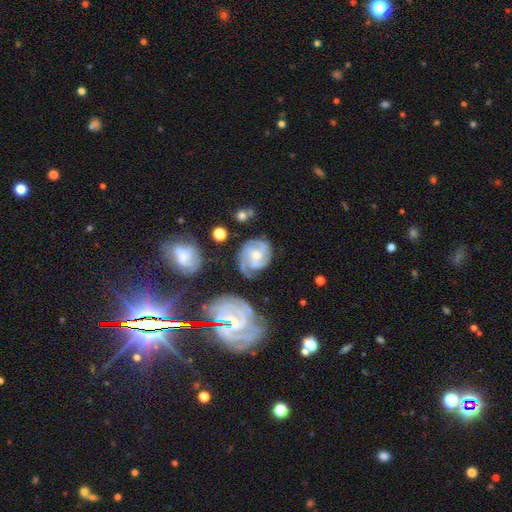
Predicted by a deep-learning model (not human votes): Smooth or featured: featured or disk — 81% (smooth — 12%)
Edge-on disk: no — 97% (yes — 3%)
Bar: no — 62% (weak — 31%)
Spiral arms: yes — 96% (no — 4%)
Spiral winding: tight — 53% (medium — 38%)
Spiral arm count: 3 — 45% (can't tell — 16%)
Bulge size: small — 49% (moderate — 45%)
Merging: none — 63% (minor disturbance — 20%)